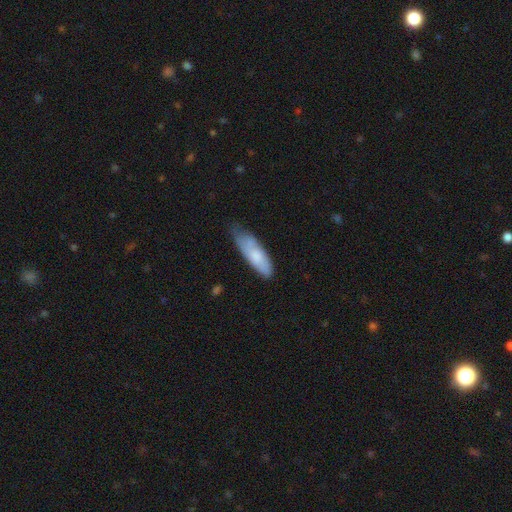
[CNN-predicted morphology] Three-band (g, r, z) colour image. It shows a smooth galaxy with no disk features (71%) that is in between round and cigar-shaped (51%). Merging: none (51%).